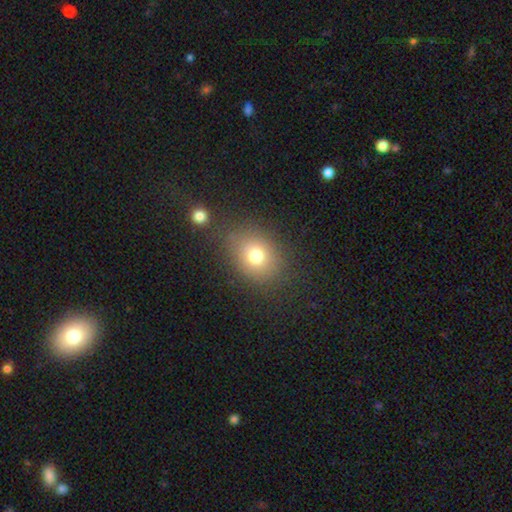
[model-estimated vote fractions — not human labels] smooth_or_featured: smooth (p=0.74) [alt: star or artifact p=0.15]
how_rounded: round (p=0.54) [alt: in between p=0.45]
merging: none (p=0.78) [alt: minor disturbance p=0.12]